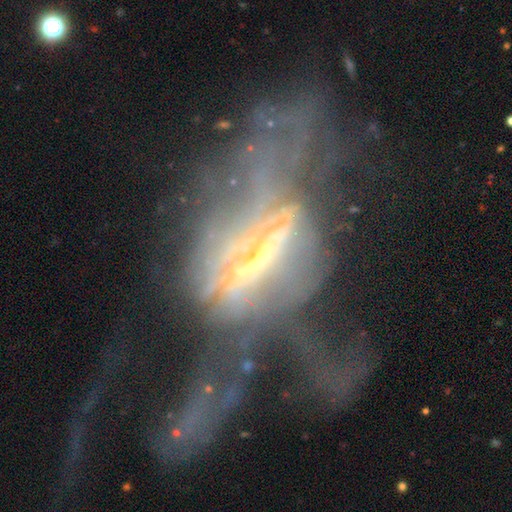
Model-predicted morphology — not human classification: Smooth or featured? featured or disk (72%)
Edge-on disk? no (66%)
Merging? major disturbance (61%)